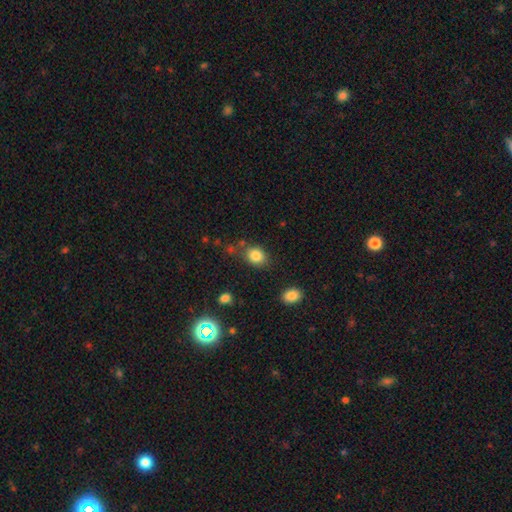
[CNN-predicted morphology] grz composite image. It shows a smooth galaxy with no disk features (82%) that is in between round and cigar-shaped (54%). Merging: none (71%).